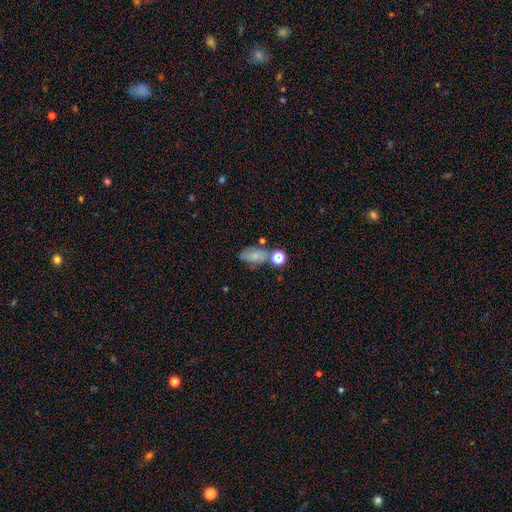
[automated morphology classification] This is likely a smooth galaxy (63%). How rounded: clearly in between (84%). Merging: possibly none (50%).